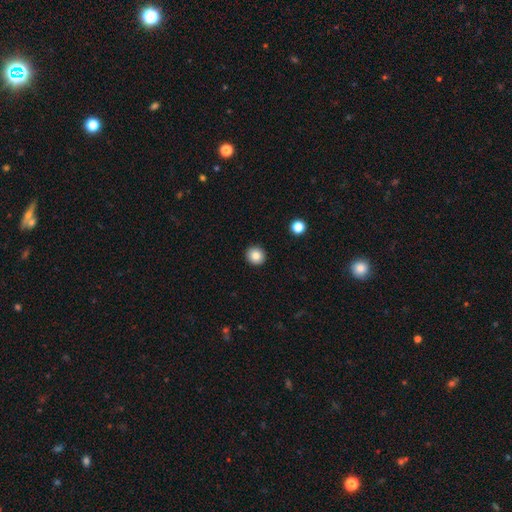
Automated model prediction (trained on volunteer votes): A smooth galaxy with no disk features (84%) that is round (92%). Merging: none (93%).